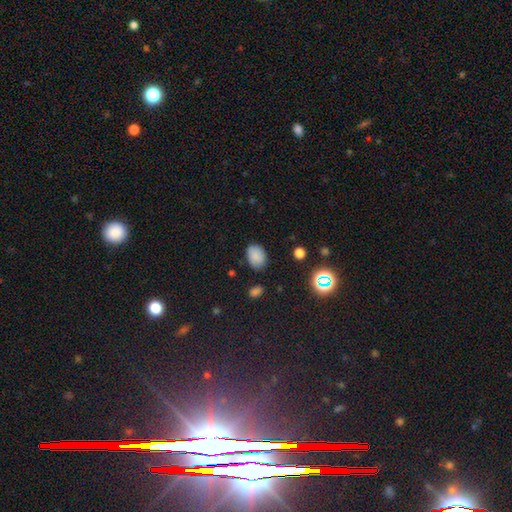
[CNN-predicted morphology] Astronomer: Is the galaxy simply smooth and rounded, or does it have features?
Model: smooth — 84%.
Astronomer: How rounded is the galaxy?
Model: in between — 76%.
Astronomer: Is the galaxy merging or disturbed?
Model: none — 78%.